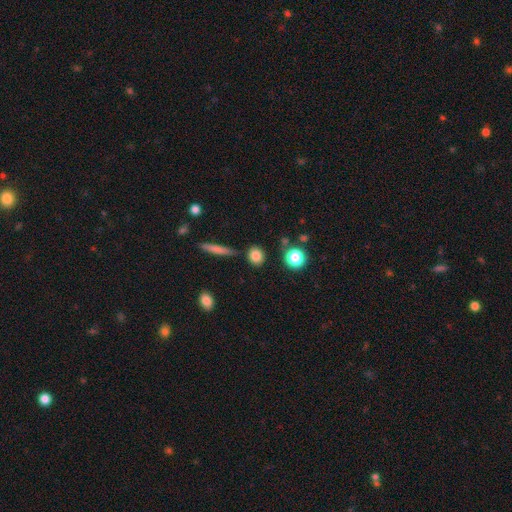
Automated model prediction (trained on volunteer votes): Smooth or featured: smooth — 83% (star or artifact — 10%)
How rounded: round — 76% (in between — 20%)
Merging: none — 84% (minor disturbance — 9%)